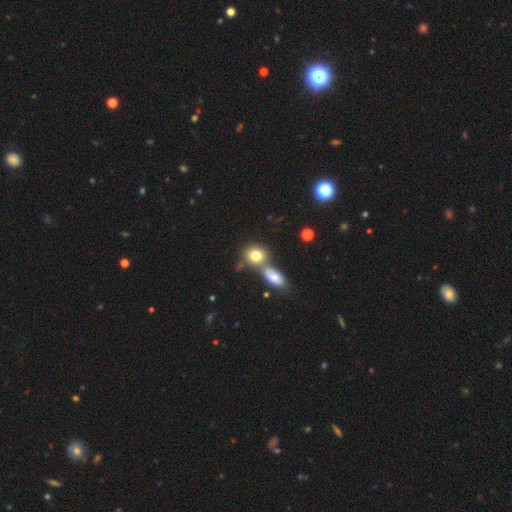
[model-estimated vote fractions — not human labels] Q: Smooth or featured?
A: smooth (77%); runner-up: featured or disk (13%)
Q: How rounded?
A: round (55%); runner-up: in between (42%)
Q: Merging?
A: merger (48%); runner-up: none (39%)